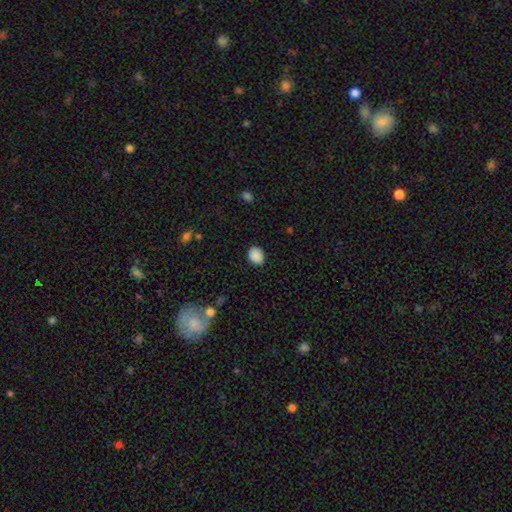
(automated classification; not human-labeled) Morphology: type=smooth (89%); roundness=in between (56%); merging=none (88%).